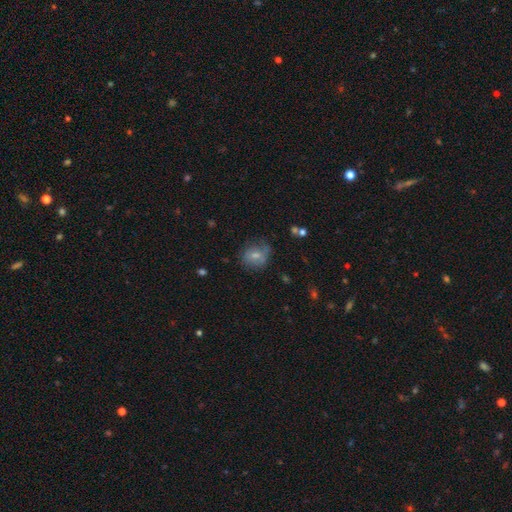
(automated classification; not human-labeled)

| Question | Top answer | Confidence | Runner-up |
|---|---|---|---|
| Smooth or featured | smooth | 66% | featured or disk (24%) |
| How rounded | round | 64% | in between (35%) |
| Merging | none | 59% | minor disturbance (26%) |